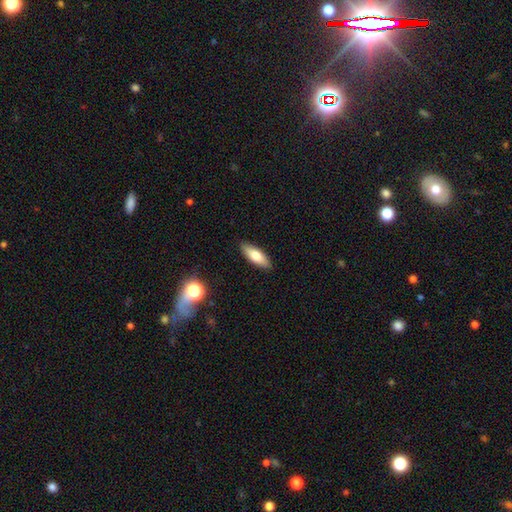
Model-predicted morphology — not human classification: smooth_or_featured: smooth (p=0.73) [alt: featured or disk p=0.20]
how_rounded: in between (p=0.62) [alt: cigar-shaped p=0.36]
merging: none (p=0.89) [alt: minor disturbance p=0.08]